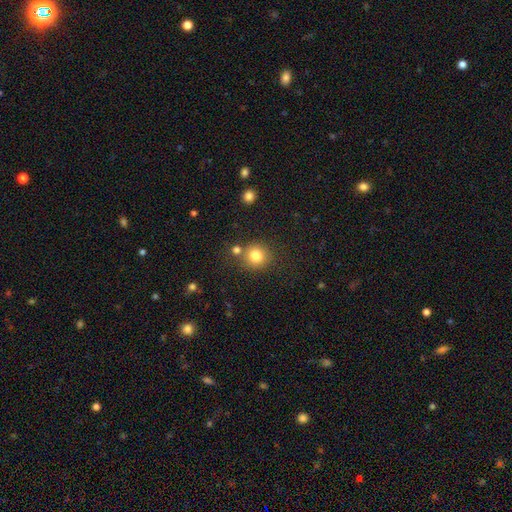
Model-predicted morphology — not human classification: Smooth or featured?
  - smooth: 81% *
  - star or artifact: 12%
  - featured or disk: 7%
How rounded?
  - round: 90% *
  - in between: 9%
  - cigar-shaped: 1%
Merging?
  - none: 75% *
  - merger: 12%
  - minor disturbance: 9%
  - major disturbance: 3%